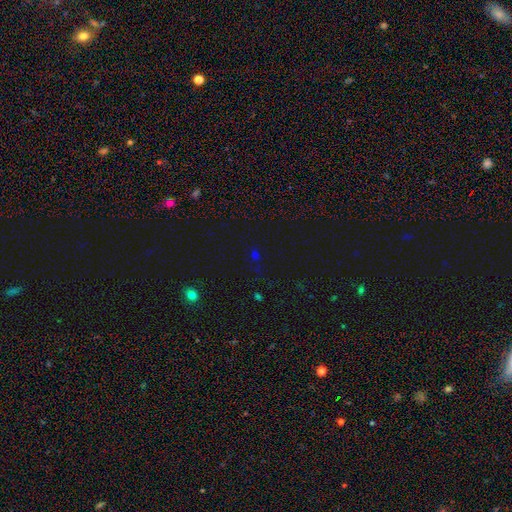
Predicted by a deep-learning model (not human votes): Smooth or featured? star or artifact (62%)